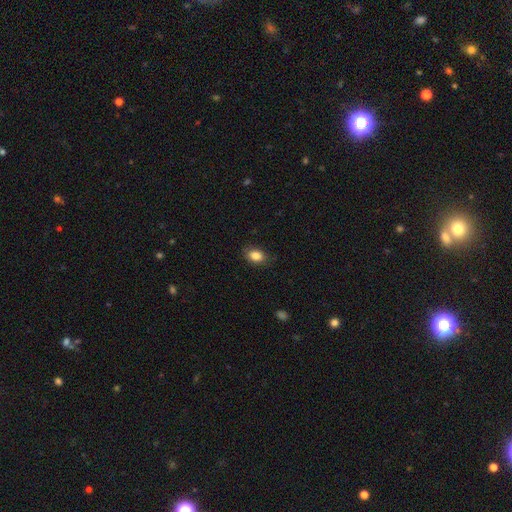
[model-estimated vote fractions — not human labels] A smooth galaxy with no disk features (86%) that is in between round and cigar-shaped (80%).

Vote fractions:
- Smooth or featured? smooth: 86% / star or artifact: 9% / featured or disk: 6%
- How rounded? in between: 80% / round: 19% / cigar-shaped: 1%
- Merging? none: 84% / minor disturbance: 12% / major disturbance: 3% / merger: 1%